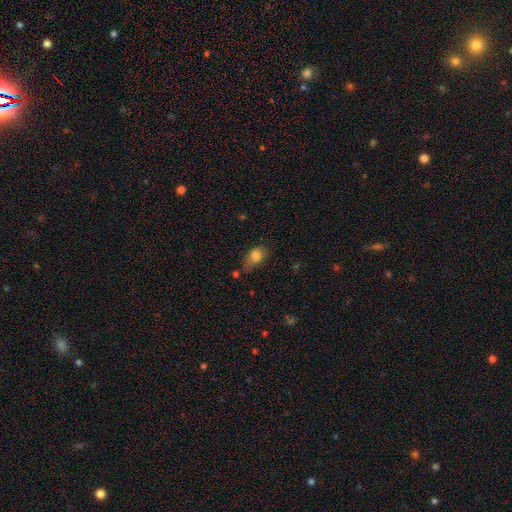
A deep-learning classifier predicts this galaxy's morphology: smooth 80%, featured or disk 12%, star or artifact 9%. Down the decision tree: how rounded — in between (81%); merging — none (44%).